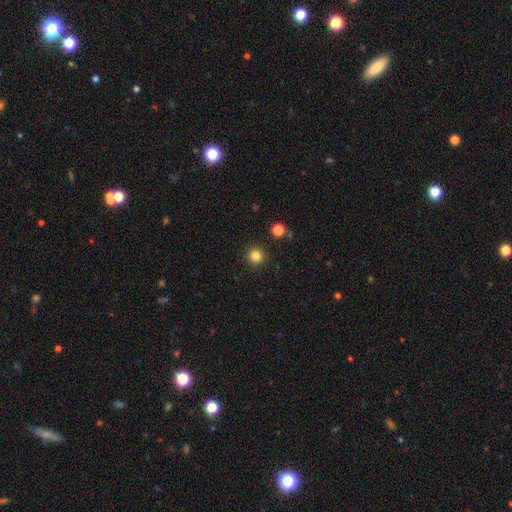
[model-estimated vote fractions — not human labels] smooth 83%, star or artifact 12%, featured or disk 5%. Down the decision tree: how rounded — round (95%); merging — none (92%).